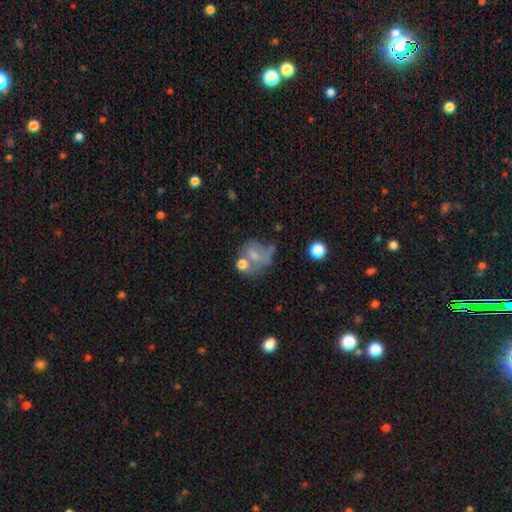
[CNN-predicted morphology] Overall: smooth (53%; featured or disk 35%). How rounded: round (55%; in between 44%). Merging: merger (30%; major disturbance 27%).